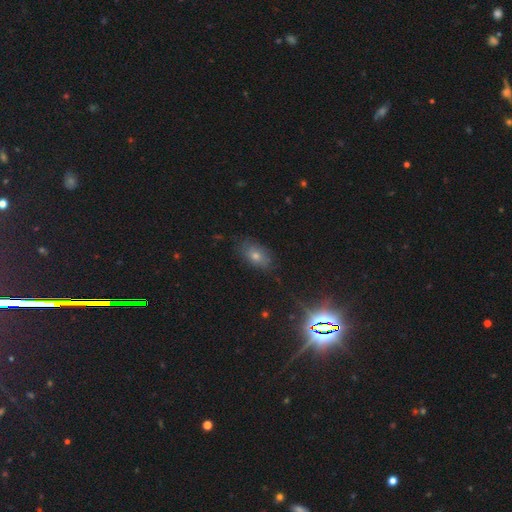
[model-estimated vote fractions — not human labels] This is likely a smooth galaxy (68%). How rounded: clearly in between (87%). Merging: likely none (77%).